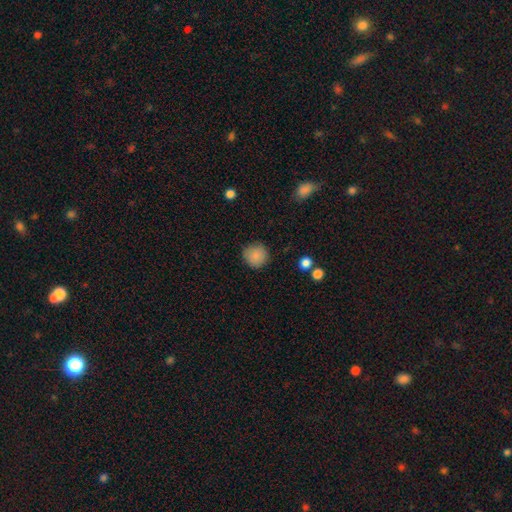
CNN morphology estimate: smooth 87%, star or artifact 9%, featured or disk 5%. Down the decision tree: how rounded — round (93%); merging — none (87%).